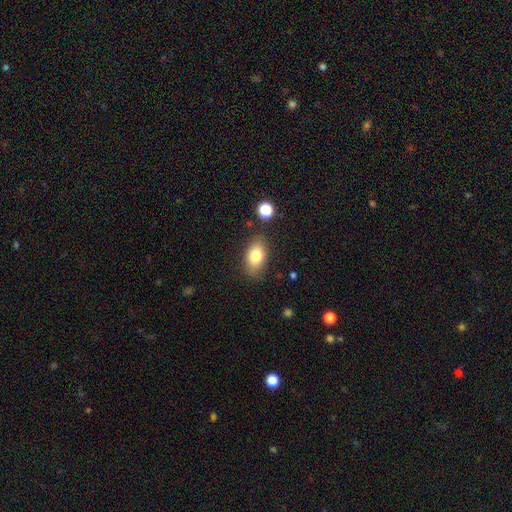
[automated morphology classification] Overall: smooth (80%). How rounded: in between (88%). Merging: none (82%).